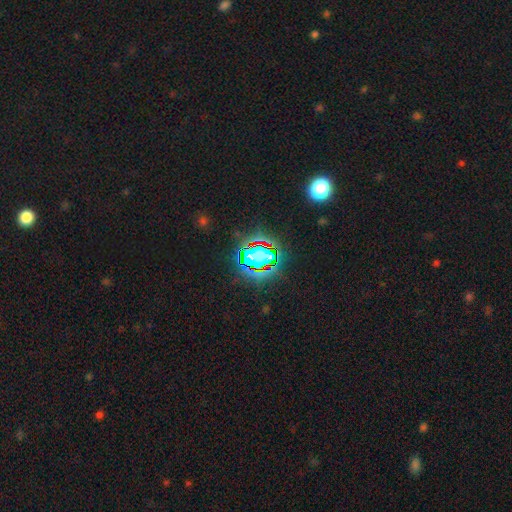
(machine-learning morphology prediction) Smooth or featured?
  - star or artifact: 69% *
  - smooth: 19%
  - featured or disk: 13%